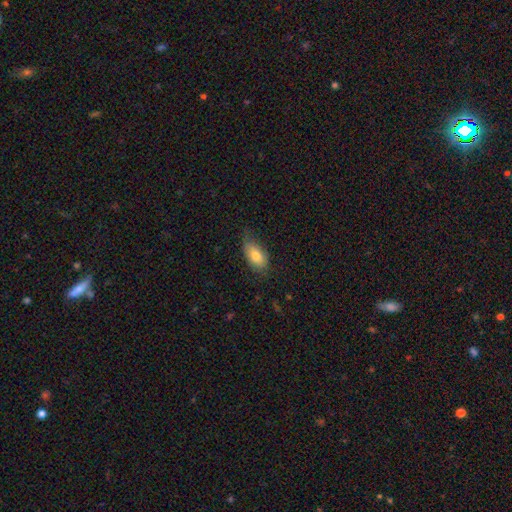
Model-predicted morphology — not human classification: Smooth or featured? Predicted: smooth (p=0.77). How rounded? Predicted: in between (p=0.91). Merging? Predicted: none (p=0.58).